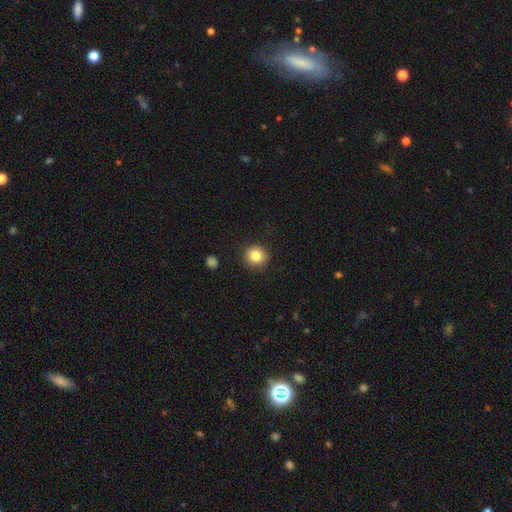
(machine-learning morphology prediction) smooth_or_featured: smooth (p=0.83) [alt: star or artifact p=0.10]
how_rounded: round (p=0.91) [alt: in between p=0.08]
merging: none (p=0.91) [alt: minor disturbance p=0.06]